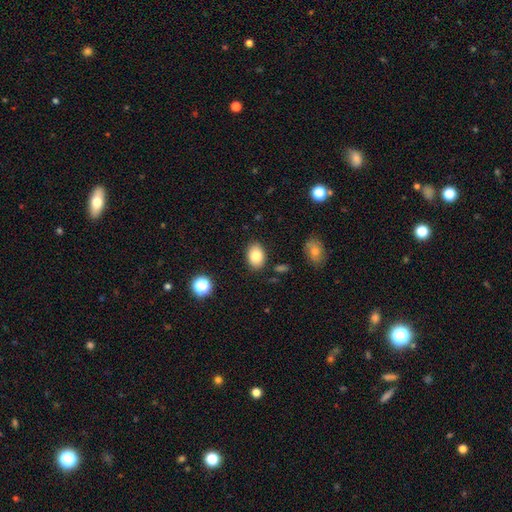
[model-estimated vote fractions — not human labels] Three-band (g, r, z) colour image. It shows a smooth galaxy with no disk features (84%) that is in between round and cigar-shaped (82%). Merging: none (86%).